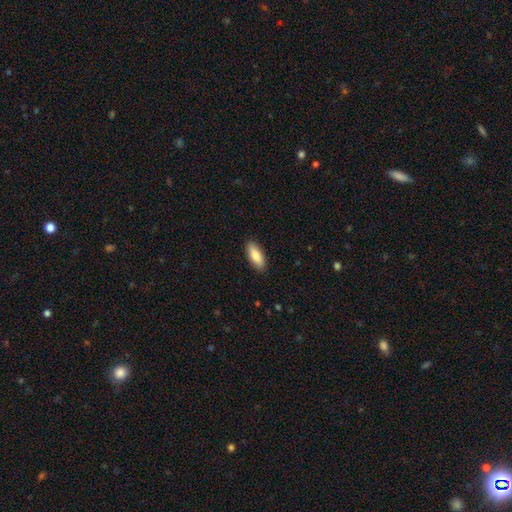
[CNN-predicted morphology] smooth-or-featured: smooth: 83% | featured or disk: 11% | star or artifact: 6%
  how-rounded: in between: 75% | cigar-shaped: 23% | round: 2%
  merging: none: 89% | minor disturbance: 8% | major disturbance: 2% | merger: 1%